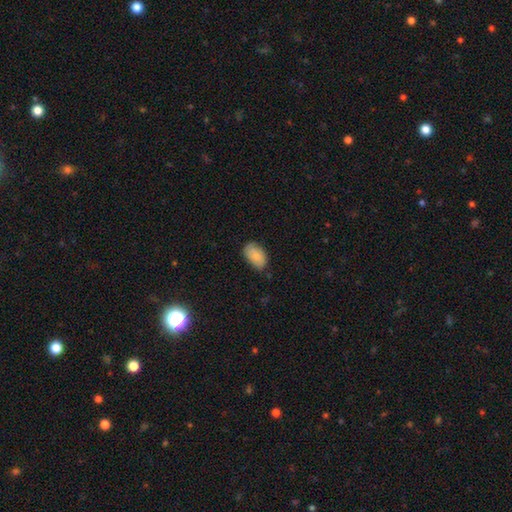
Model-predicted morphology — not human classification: Smooth or featured: smooth — 81% (featured or disk — 12%)
How rounded: in between — 92% (round — 7%)
Merging: none — 70% (minor disturbance — 25%)